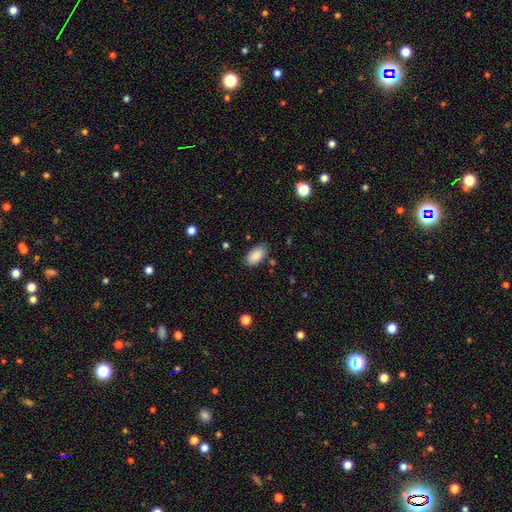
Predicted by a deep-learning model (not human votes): Smooth or featured?
  - smooth: 89% *
  - star or artifact: 7%
  - featured or disk: 4%
How rounded?
  - in between: 94% *
  - round: 3%
  - cigar-shaped: 2%
Merging?
  - none: 82% *
  - minor disturbance: 14%
  - major disturbance: 3%
  - merger: 2%